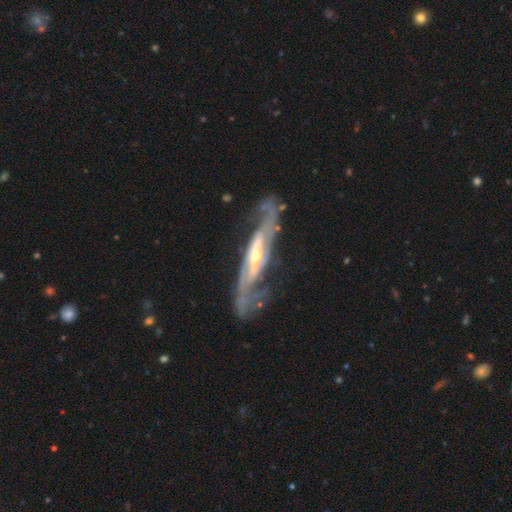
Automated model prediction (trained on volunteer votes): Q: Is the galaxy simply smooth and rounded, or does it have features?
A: featured or disk — 89%.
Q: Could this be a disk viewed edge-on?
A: no — 78%.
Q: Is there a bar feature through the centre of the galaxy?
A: strong — 40%.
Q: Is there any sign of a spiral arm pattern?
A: yes — 95%.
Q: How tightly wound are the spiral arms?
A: medium — 45%.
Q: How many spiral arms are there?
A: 2 — 82%.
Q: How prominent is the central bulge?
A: small — 57%.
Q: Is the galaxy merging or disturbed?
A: none — 70%.